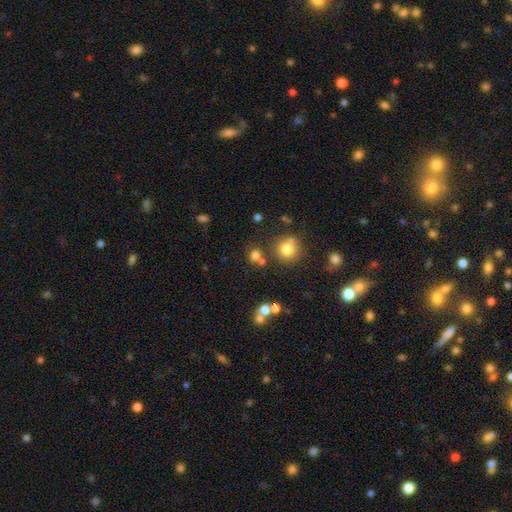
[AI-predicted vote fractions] The model was most divided on "merging": none: 66%, merger: 19%, minor disturbance: 11%, major disturbance: 5%. More confident: how rounded — round (84%); smooth or featured — smooth (74%).